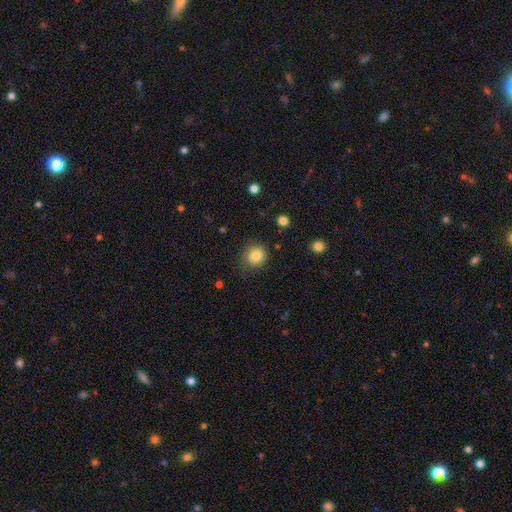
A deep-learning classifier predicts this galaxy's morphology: Smooth or featured?
  - smooth: 83% *
  - star or artifact: 10%
  - featured or disk: 6%
How rounded?
  - round: 86% *
  - in between: 13%
  - cigar-shaped: 1%
Merging?
  - none: 82% *
  - minor disturbance: 13%
  - major disturbance: 4%
  - merger: 2%